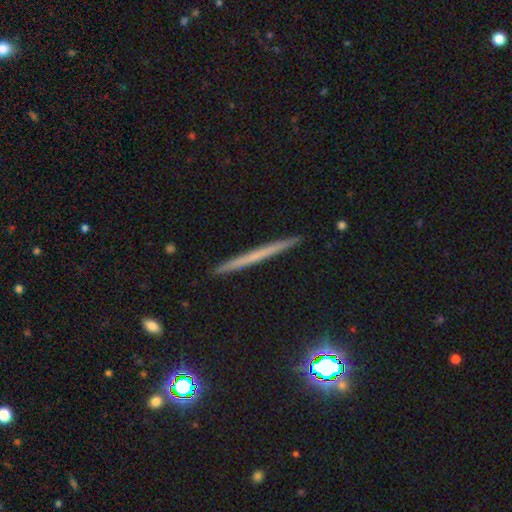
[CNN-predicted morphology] featured or disk 46%, smooth 42%, star or artifact 11%. Down the decision tree: merging — none (92%).